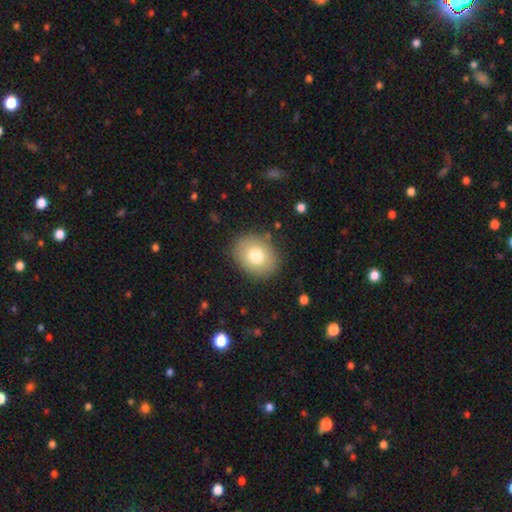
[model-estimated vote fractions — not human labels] smooth-or-featured: smooth: 76% | featured or disk: 15% | star or artifact: 9%
  how-rounded: in between: 51% | round: 48% | cigar-shaped: 1%
  merging: none: 87% | minor disturbance: 9% | major disturbance: 3% | merger: 1%